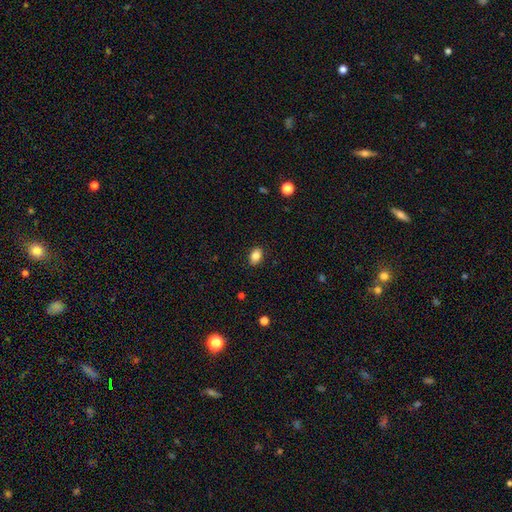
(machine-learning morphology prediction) A smooth galaxy with no disk features (85%) that is in between round and cigar-shaped (83%). Merging: none (88%).